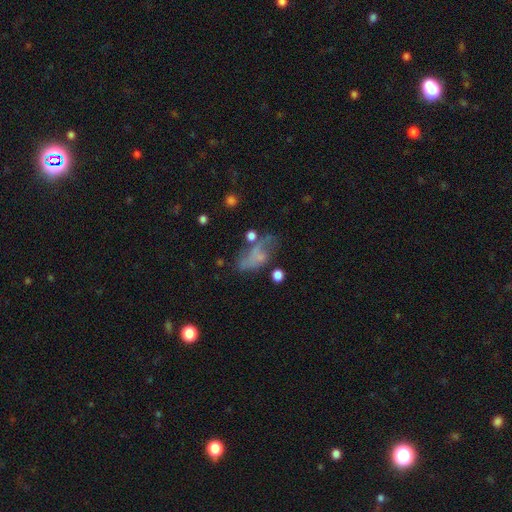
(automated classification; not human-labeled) This is marginally a featured or disk galaxy (42%). Merging: marginally major disturbance (33%).